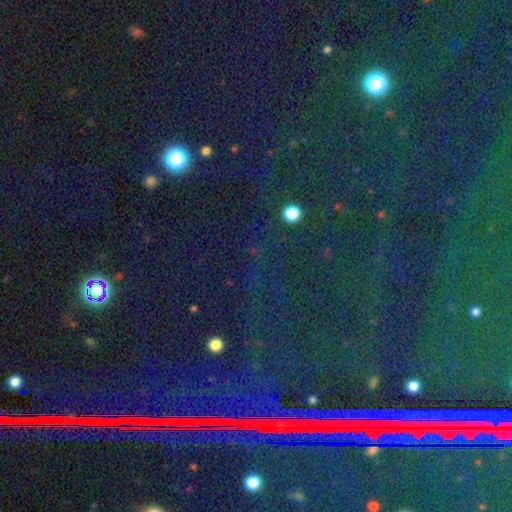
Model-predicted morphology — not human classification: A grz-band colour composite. It shows a star or artifact, not a galaxy (84%).